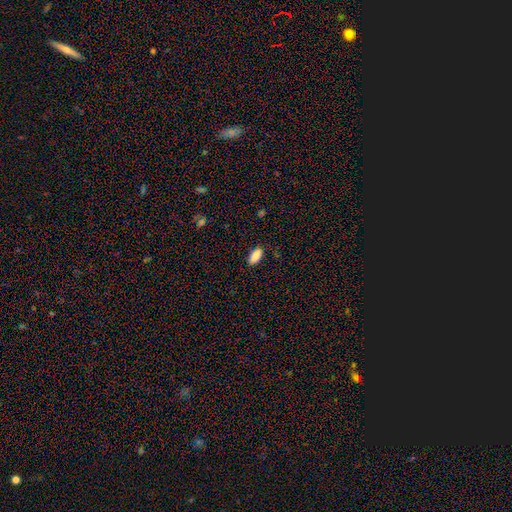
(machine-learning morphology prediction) This appears to be a smooth galaxy with no disk features (86%) that is in between round and cigar-shaped (88%). Merging: none (86%).